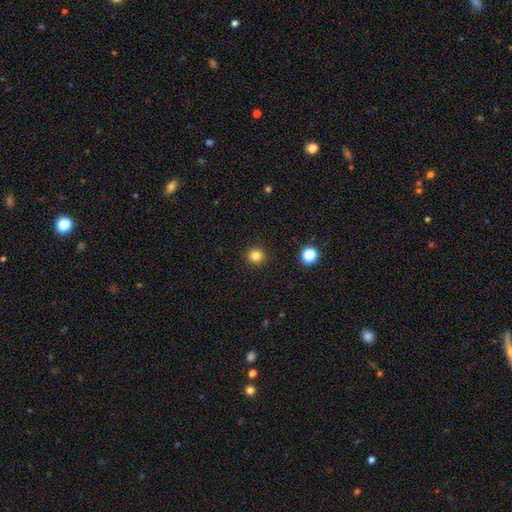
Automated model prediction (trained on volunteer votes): Morphology: type=smooth (82%); roundness=round (94%); merging=none (92%).